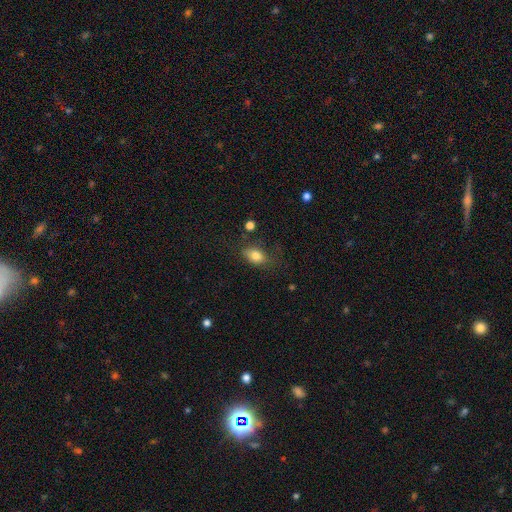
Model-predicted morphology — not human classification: Smooth or featured?
  - smooth: 80% *
  - featured or disk: 10%
  - star or artifact: 10%
How rounded?
  - in between: 80% *
  - round: 18%
  - cigar-shaped: 2%
Merging?
  - none: 62% *
  - minor disturbance: 25%
  - major disturbance: 11%
  - merger: 3%